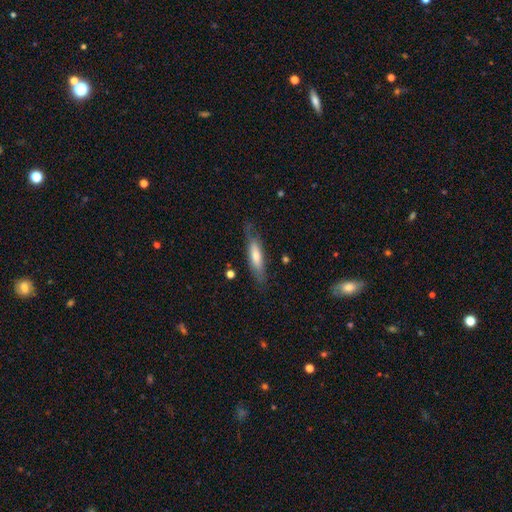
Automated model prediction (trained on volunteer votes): Smooth or featured: smooth — 53% (featured or disk — 40%)
How rounded: cigar-shaped — 74% (in between — 25%)
Merging: none — 71% (minor disturbance — 20%)